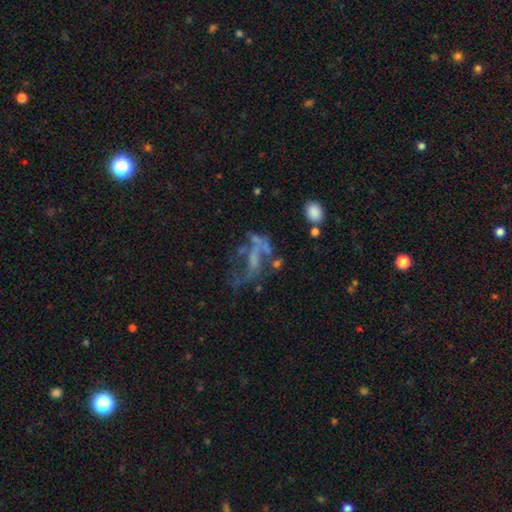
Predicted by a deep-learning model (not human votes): Smooth or featured? featured or disk (60%)
Edge-on disk? no (95%)
Bar? no (64%)
Spiral arms? no (67%)
Bulge size? none (67%)
Merging? major disturbance (39%)